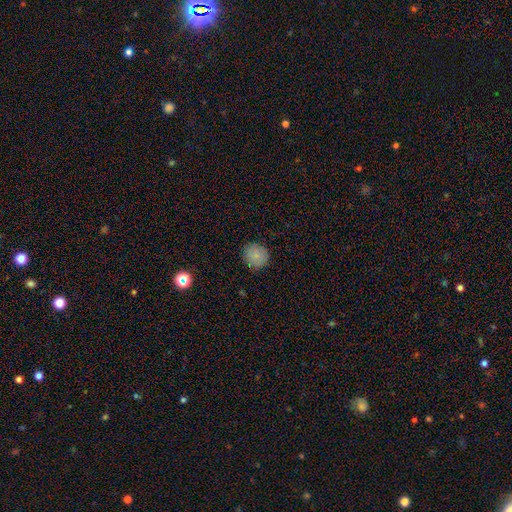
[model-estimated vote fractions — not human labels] Smooth or featured? smooth (84%)
How rounded? round (92%)
Merging? none (87%)